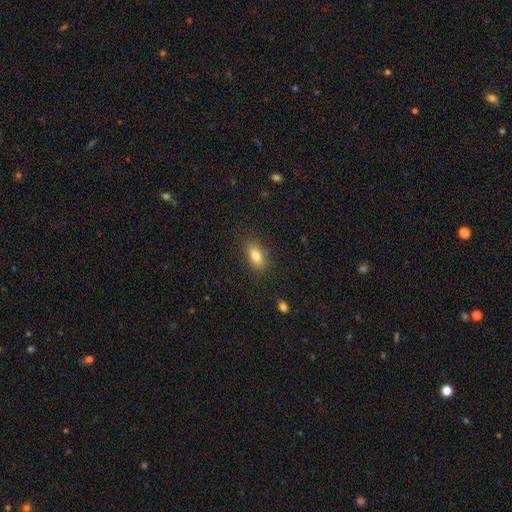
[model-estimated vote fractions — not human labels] Smooth or featured?
  - smooth: 79% *
  - featured or disk: 12%
  - star or artifact: 9%
How rounded?
  - in between: 85% *
  - cigar-shaped: 9%
  - round: 6%
Merging?
  - none: 80% *
  - minor disturbance: 13%
  - major disturbance: 4%
  - merger: 3%